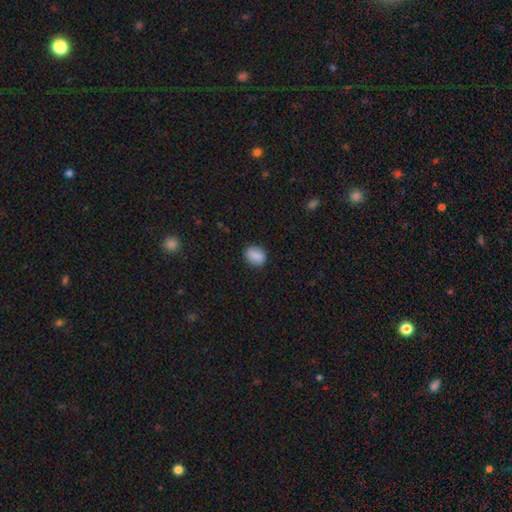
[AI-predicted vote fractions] Smooth or featured? smooth (86%)
How rounded? in between (58%)
Merging? none (85%)